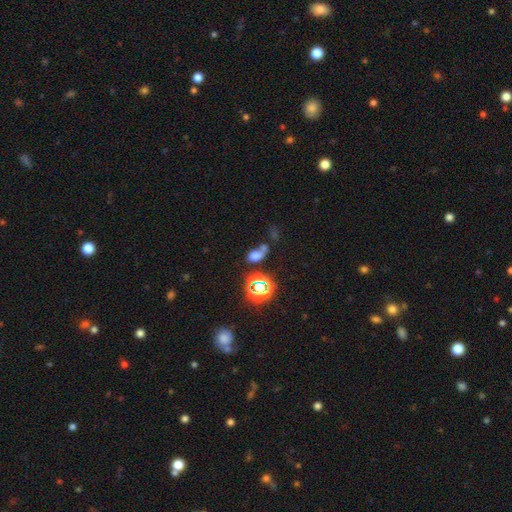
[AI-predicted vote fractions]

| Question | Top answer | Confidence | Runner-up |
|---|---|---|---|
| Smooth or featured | smooth | 61% | star or artifact (27%) |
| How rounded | in between | 70% | round (27%) |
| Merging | merger | 40% | none (33%) |